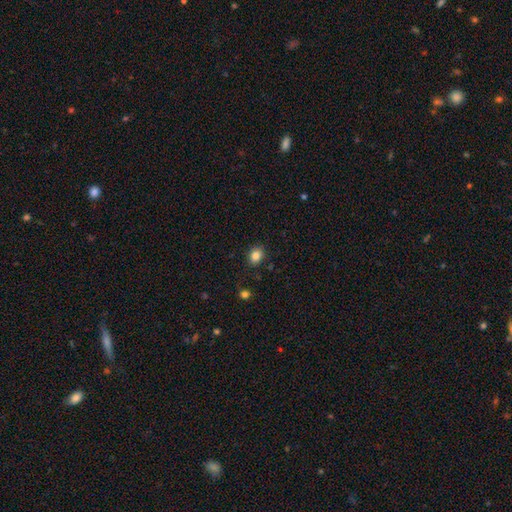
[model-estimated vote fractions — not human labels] Q: Smooth or featured?
A: smooth (84%); runner-up: star or artifact (10%)
Q: How rounded?
A: in between (55%); runner-up: round (44%)
Q: Merging?
A: none (86%); runner-up: minor disturbance (10%)